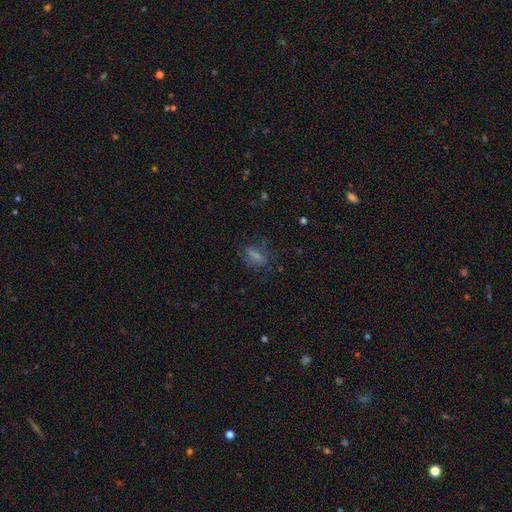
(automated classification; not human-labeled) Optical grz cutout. It shows a smooth galaxy with no disk features (63%) that is in between round and cigar-shaped (65%). Merging: none (63%).